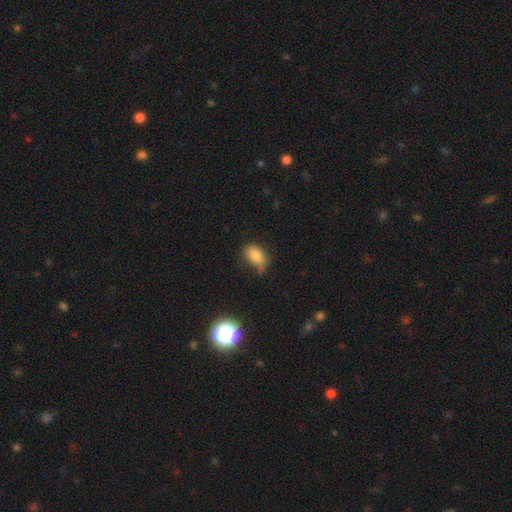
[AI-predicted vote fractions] smooth 79%, star or artifact 11%, featured or disk 10%. Down the decision tree: how rounded — in between (85%); merging — none (47%).